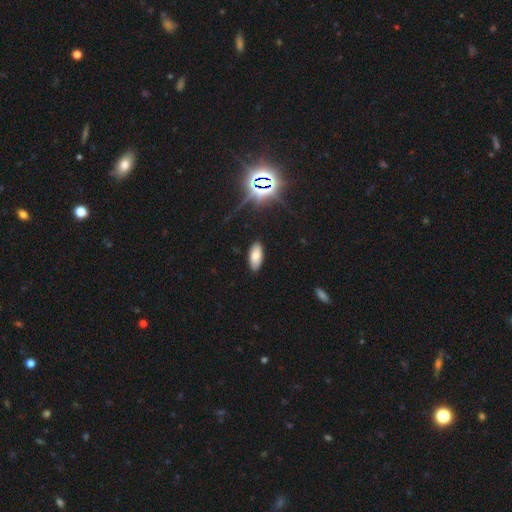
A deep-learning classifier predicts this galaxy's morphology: Q: Smooth or featured?
A: smooth (72%); runner-up: star or artifact (14%)
Q: How rounded?
A: in between (89%); runner-up: cigar-shaped (8%)
Q: Merging?
A: none (87%); runner-up: minor disturbance (10%)